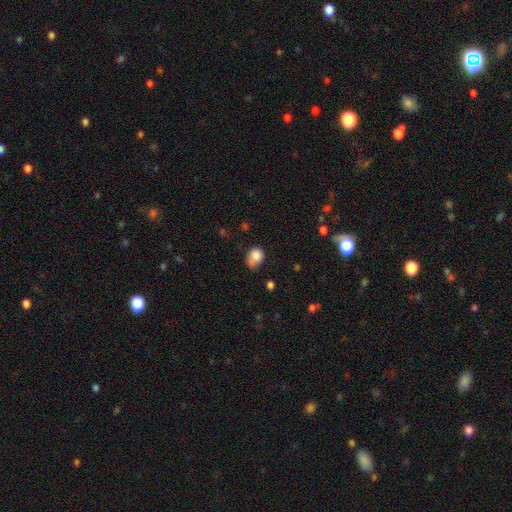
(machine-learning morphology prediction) Overall: smooth (84%). How rounded: in between (55%; round 44%). Merging: none (46%; minor disturbance 38%).